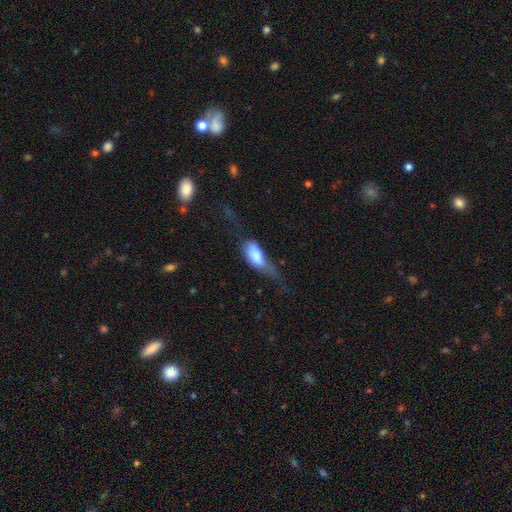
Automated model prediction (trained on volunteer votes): smooth-or-featured: smooth: 72% | featured or disk: 21% | star or artifact: 7%
  how-rounded: in between: 81% | cigar-shaped: 15% | round: 3%
  merging: major disturbance: 44% | minor disturbance: 31% | none: 20% | merger: 5%